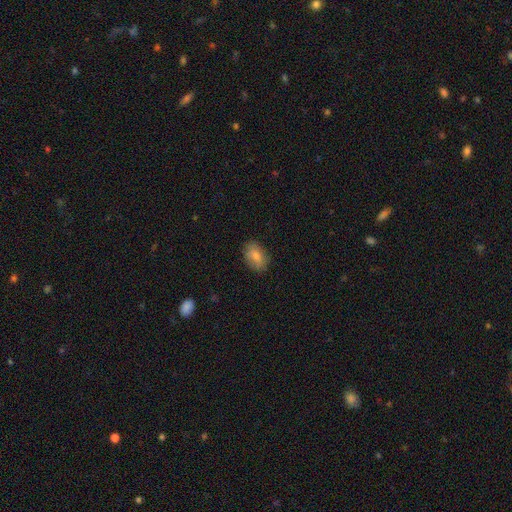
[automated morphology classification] This appears to be a smooth galaxy with no disk features (74%) that is in between round and cigar-shaped (82%). Merging: none (84%).